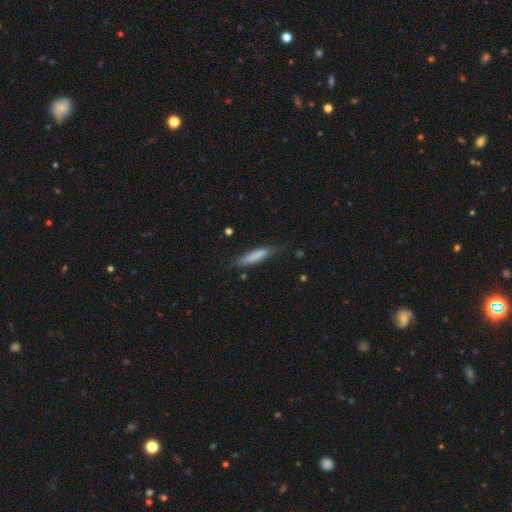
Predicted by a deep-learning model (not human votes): Morphology: type=smooth (77%); roundness=cigar-shaped (82%); merging=none (69%).